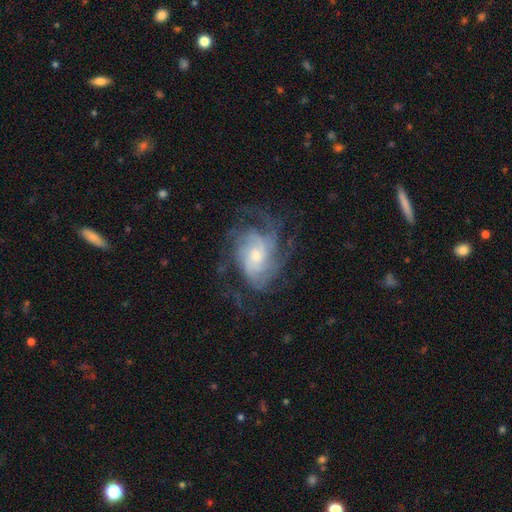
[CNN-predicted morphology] Smooth or featured? featured or disk (85%)
Edge-on disk? no (97%)
Bar? no (66%)
Spiral arms? yes (95%)
Spiral winding? tight (46%)
Spiral arm count? can't tell (30%)
Bulge size? moderate (50%)
Merging? none (63%)